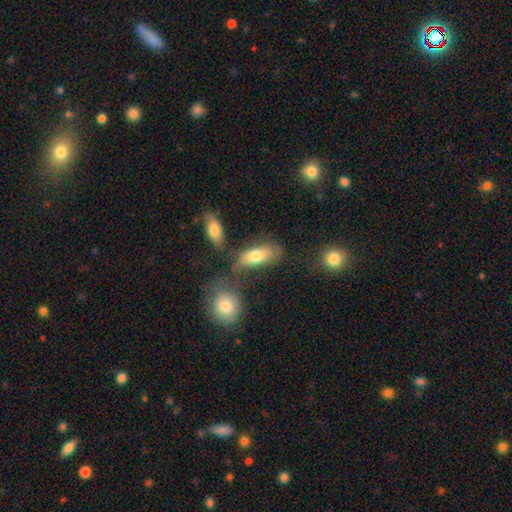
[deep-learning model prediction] A smooth galaxy with no disk features (74%) that is in between round and cigar-shaped (80%).

Vote fractions:
- Smooth or featured? smooth: 74% / featured or disk: 17% / star or artifact: 9%
- How rounded? in between: 80% / cigar-shaped: 14% / round: 6%
- Merging? none: 53% / merger: 20% / minor disturbance: 18% / major disturbance: 9%